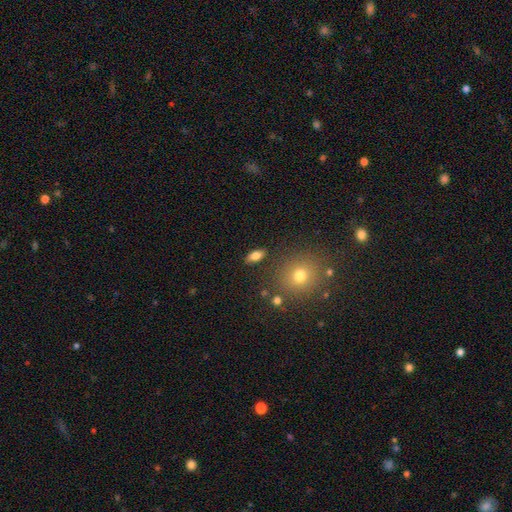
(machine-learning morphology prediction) This appears to be a smooth galaxy with no disk features (77%) that is in between round and cigar-shaped (80%). Merging: none (85%).